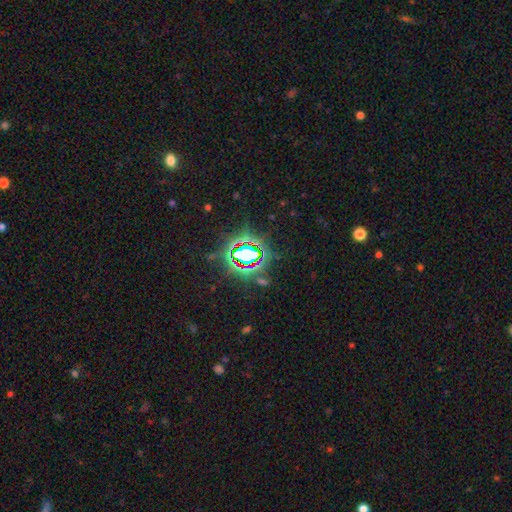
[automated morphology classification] type=star or artifact (82%).